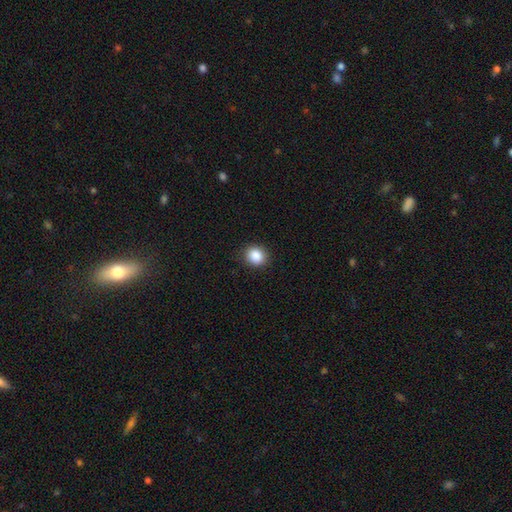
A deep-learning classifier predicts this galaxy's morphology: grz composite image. It shows a smooth galaxy with no disk features (88%) that is round (79%). Merging: none (90%).